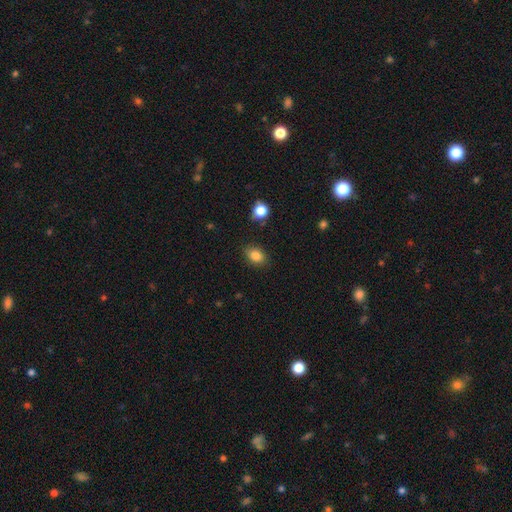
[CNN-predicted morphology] A smooth galaxy with no disk features (84%) that is in between round and cigar-shaped (69%). Merging: none (84%).